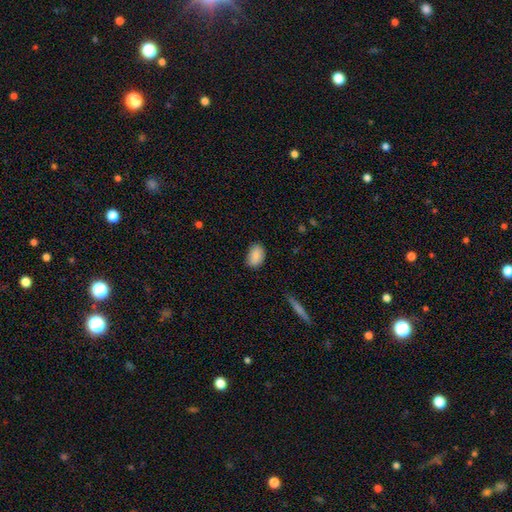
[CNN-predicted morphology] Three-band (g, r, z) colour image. It shows a smooth galaxy with no disk features (87%) that is in between round and cigar-shaped (88%). Merging: none (81%).